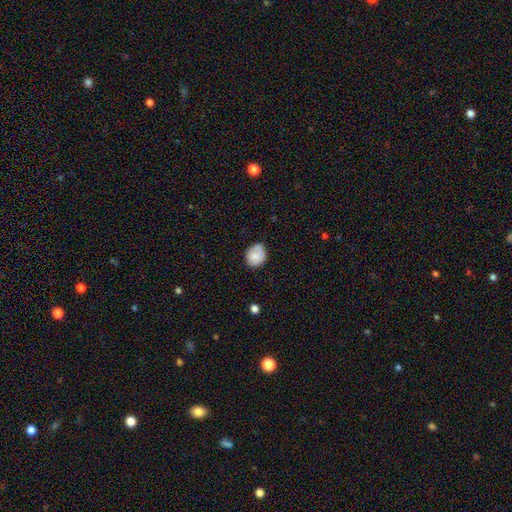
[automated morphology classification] A smooth galaxy with no disk features (77%) that is round (63%).

Vote fractions:
- Smooth or featured? smooth: 77% / featured or disk: 15% / star or artifact: 8%
- How rounded? round: 63% / in between: 36% / cigar-shaped: 1%
- Merging? none: 63% / minor disturbance: 27% / major disturbance: 6% / merger: 3%